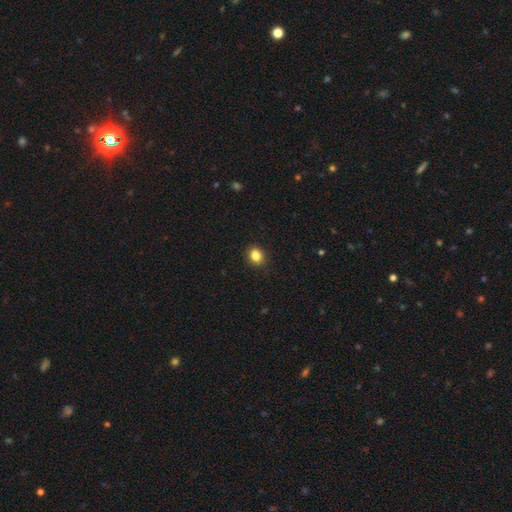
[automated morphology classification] Smooth or featured?
  - smooth: 85% *
  - star or artifact: 11%
  - featured or disk: 4%
How rounded?
  - round: 68% *
  - in between: 32%
  - cigar-shaped: 1%
Merging?
  - none: 88% *
  - minor disturbance: 9%
  - major disturbance: 2%
  - merger: 1%